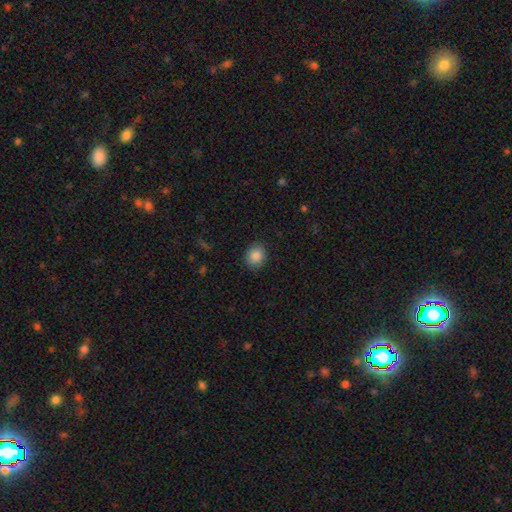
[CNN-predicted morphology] smooth_or_featured: smooth (p=0.87) [alt: star or artifact p=0.09]
how_rounded: round (p=0.70) [alt: in between p=0.29]
merging: none (p=0.88) [alt: minor disturbance p=0.08]